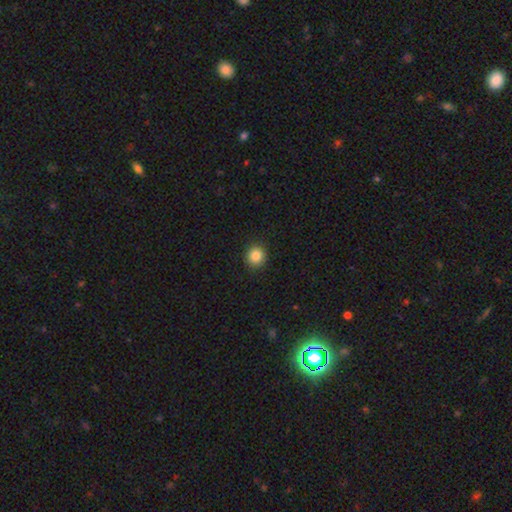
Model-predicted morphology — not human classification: A smooth galaxy with no disk features (85%) that is round (91%).

Vote fractions:
- Smooth or featured? smooth: 85% / star or artifact: 10% / featured or disk: 4%
- How rounded? round: 91% / in between: 8% / cigar-shaped: 1%
- Merging? none: 91% / minor disturbance: 6% / major disturbance: 2% / merger: 1%